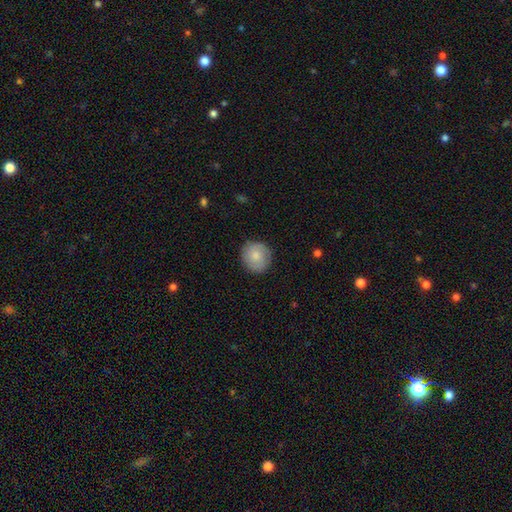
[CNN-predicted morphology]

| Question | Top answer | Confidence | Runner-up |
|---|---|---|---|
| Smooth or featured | smooth | 77% | featured or disk (16%) |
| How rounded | round | 90% | in between (9%) |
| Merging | none | 84% | minor disturbance (12%) |